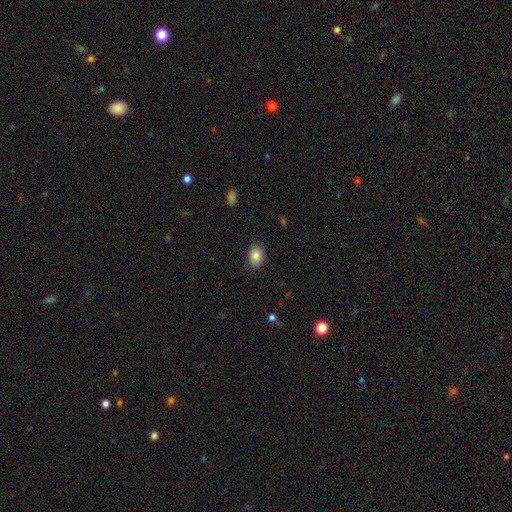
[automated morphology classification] Overall: smooth (84%). How rounded: in between (80%). Merging: none (84%).